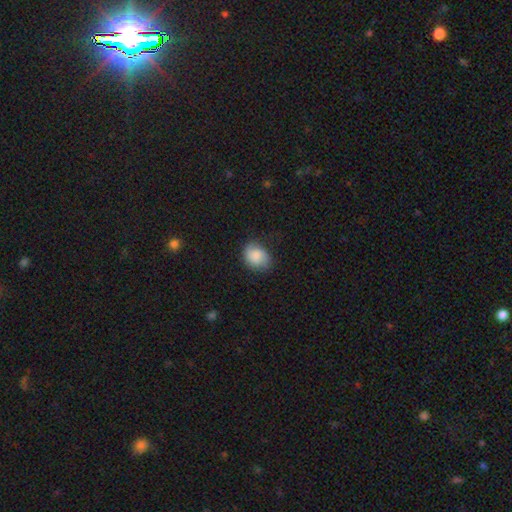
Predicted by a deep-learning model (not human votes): Q: Smooth or featured?
A: smooth (81%); runner-up: featured or disk (11%)
Q: How rounded?
A: in between (54%); runner-up: round (45%)
Q: Merging?
A: none (70%); runner-up: minor disturbance (23%)